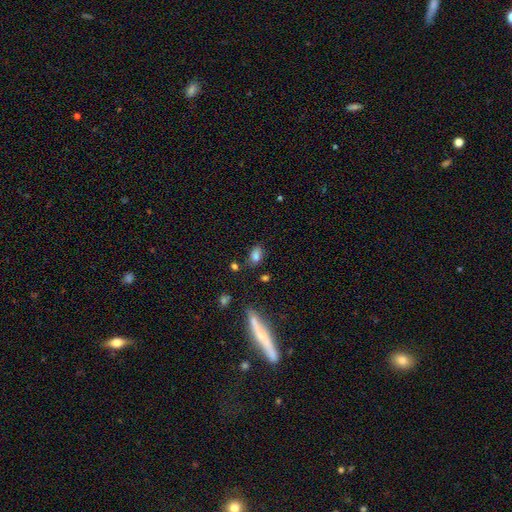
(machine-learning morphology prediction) Q: Smooth or featured?
A: smooth (82%); runner-up: star or artifact (11%)
Q: How rounded?
A: in between (87%); runner-up: round (10%)
Q: Merging?
A: none (72%); runner-up: minor disturbance (18%)